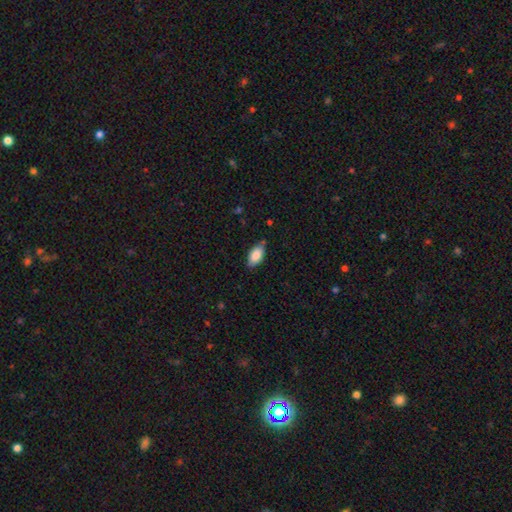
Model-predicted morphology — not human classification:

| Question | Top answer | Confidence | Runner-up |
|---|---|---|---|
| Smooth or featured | smooth | 86% | featured or disk (7%) |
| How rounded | in between | 91% | cigar-shaped (6%) |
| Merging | none | 80% | minor disturbance (16%) |